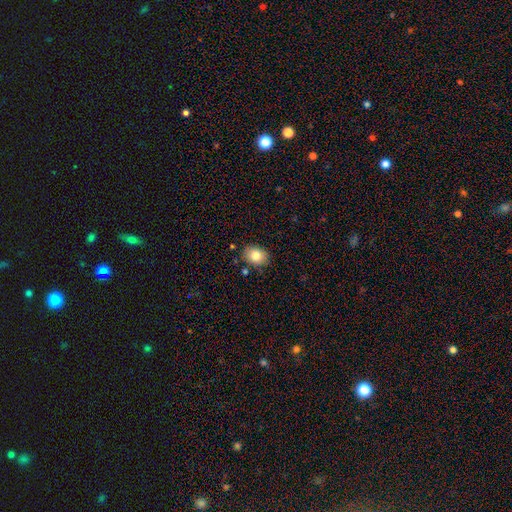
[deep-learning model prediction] smooth-or-featured: smooth: 82% | featured or disk: 10% | star or artifact: 9%
  how-rounded: in between: 61% | round: 38% | cigar-shaped: 1%
  merging: none: 83% | minor disturbance: 12% | merger: 3% | major disturbance: 2%